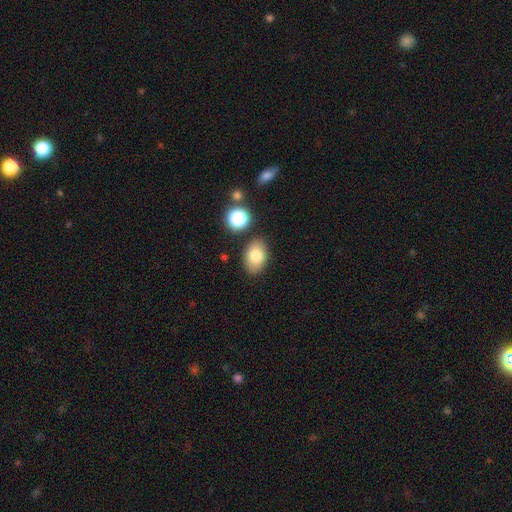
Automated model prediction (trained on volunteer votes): Q: Smooth or featured?
A: smooth (80%); runner-up: featured or disk (11%)
Q: How rounded?
A: in between (83%); runner-up: round (16%)
Q: Merging?
A: none (82%); runner-up: minor disturbance (11%)